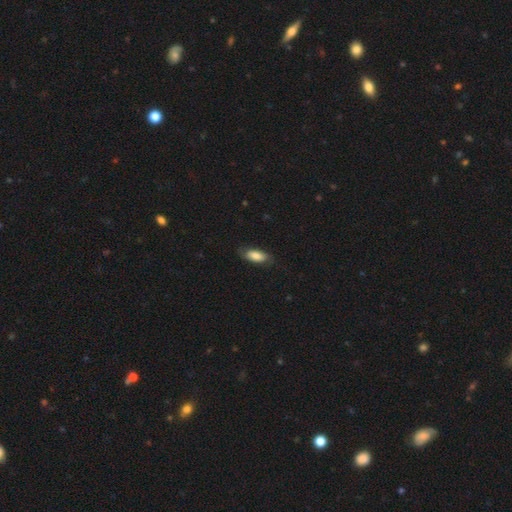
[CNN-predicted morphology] Smooth or featured? Predicted: smooth (p=0.79). How rounded? Predicted: in between (p=0.81). Merging? Predicted: none (p=0.76).